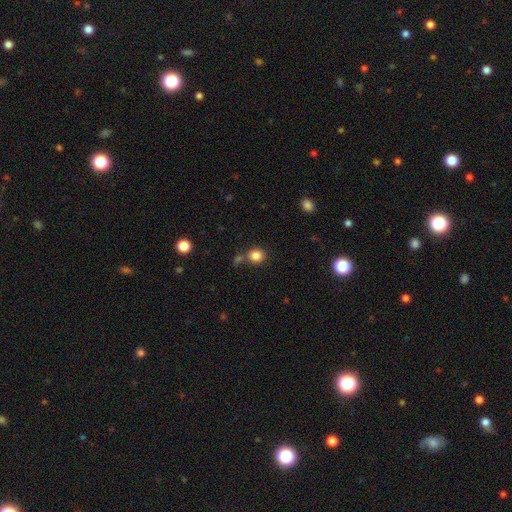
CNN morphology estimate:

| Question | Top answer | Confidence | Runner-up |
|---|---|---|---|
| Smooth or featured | smooth | 84% | star or artifact (11%) |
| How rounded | round | 84% | in between (15%) |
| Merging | none | 69% | merger (17%) |